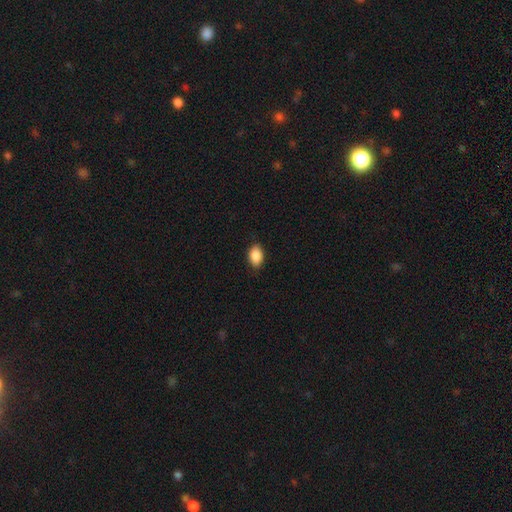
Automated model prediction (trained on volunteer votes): This appears to be a smooth galaxy with no disk features (89%) that is in between round and cigar-shaped (89%). Merging: none (84%).